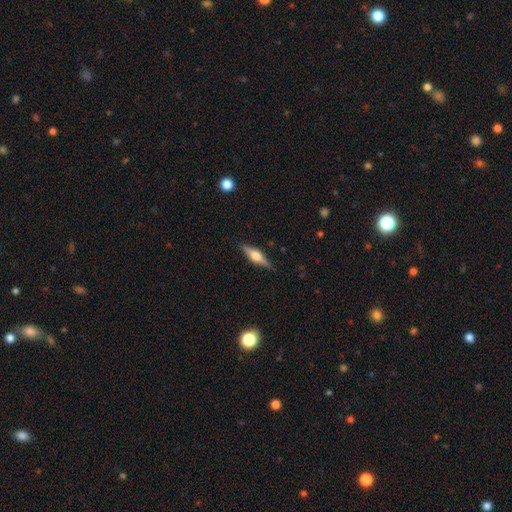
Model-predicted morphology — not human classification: smooth-or-featured: featured or disk: 66% | smooth: 28% | star or artifact: 6%
  disk-edge-on: yes: 96% | no: 4%
    edge-on-bulge: rounded: 92% | boxy: 6% | none: 2%
  merging: none: 87% | minor disturbance: 9% | major disturbance: 2% | merger: 1%